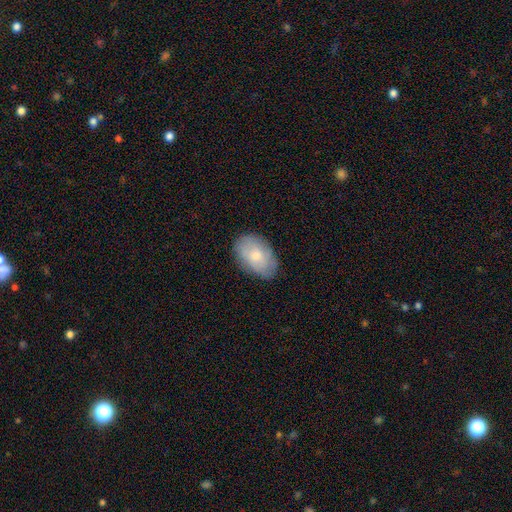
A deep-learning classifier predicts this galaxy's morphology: Smooth or featured?
  - smooth: 68% *
  - featured or disk: 26%
  - star or artifact: 7%
How rounded?
  - in between: 90% *
  - round: 9%
  - cigar-shaped: 1%
Merging?
  - none: 79% *
  - minor disturbance: 17%
  - major disturbance: 4%
  - merger: 1%